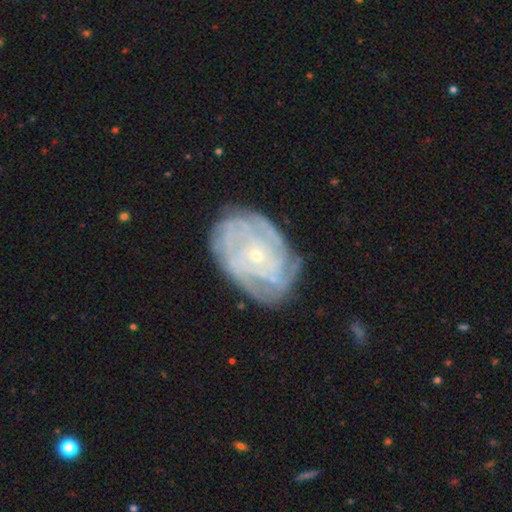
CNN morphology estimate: A featured or disk galaxy (80%) with no bar (77%), tight (72%) spiral arms (90%) and a small central bulge (78%). Merging: none (74%).